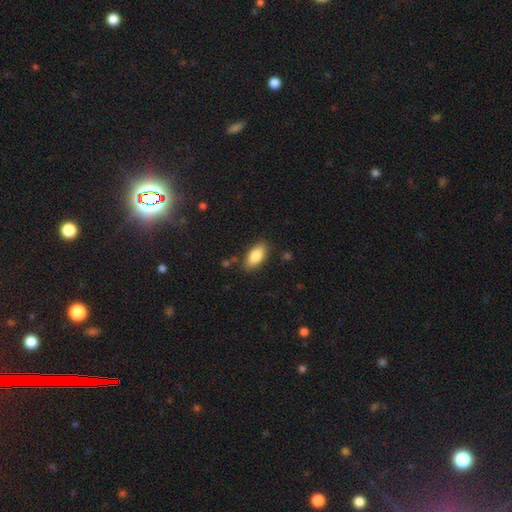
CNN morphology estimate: Q: Smooth or featured?
A: smooth (85%); runner-up: featured or disk (9%)
Q: How rounded?
A: in between (88%); runner-up: cigar-shaped (9%)
Q: Merging?
A: none (84%); runner-up: minor disturbance (11%)